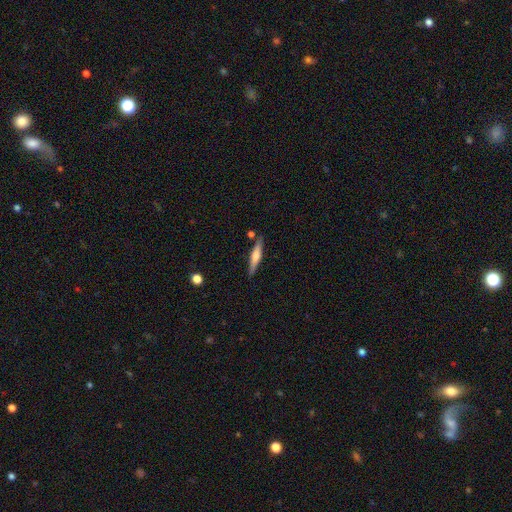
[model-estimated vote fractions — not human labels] Smooth or featured: featured or disk — 51% (smooth — 43%)
Edge-on disk: yes — 96% (no — 4%)
Merging: none — 84% (minor disturbance — 10%)